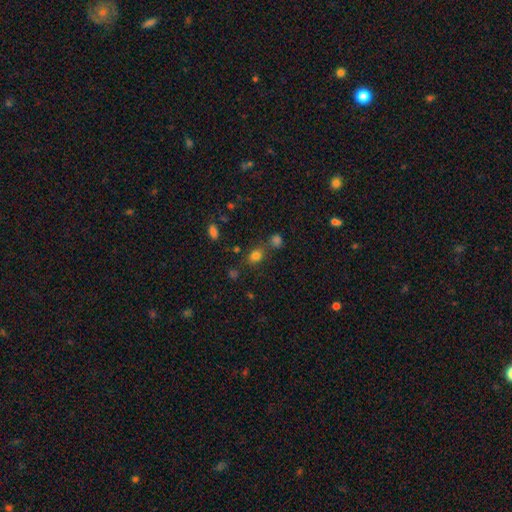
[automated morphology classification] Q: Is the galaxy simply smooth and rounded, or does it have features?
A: smooth — 79%.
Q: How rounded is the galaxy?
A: in between — 58%.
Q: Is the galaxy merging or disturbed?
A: none — 65%.